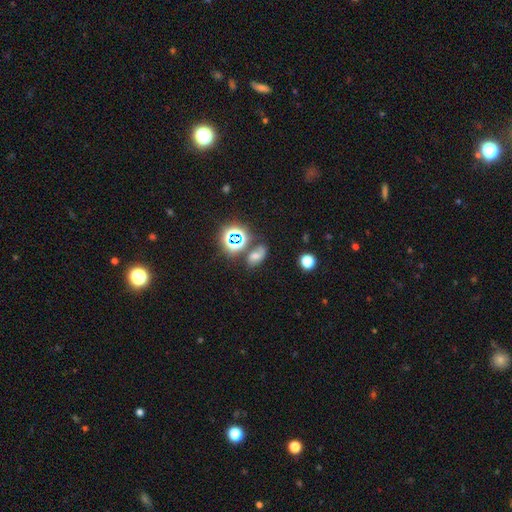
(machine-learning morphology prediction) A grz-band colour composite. It shows a smooth galaxy with no disk features (46%). Merging: none (59%).